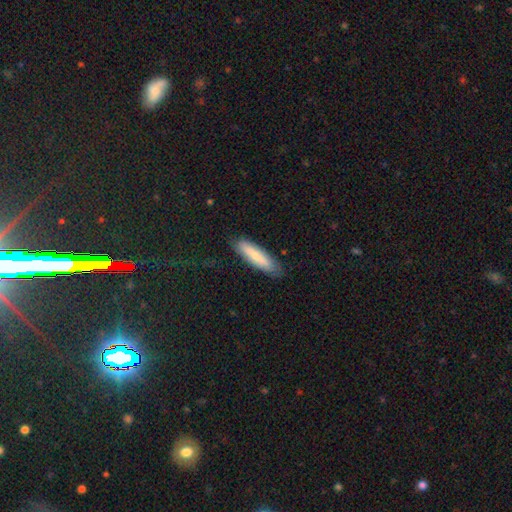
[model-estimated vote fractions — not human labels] Q: Smooth or featured?
A: smooth (74%); runner-up: featured or disk (20%)
Q: How rounded?
A: cigar-shaped (75%); runner-up: in between (24%)
Q: Merging?
A: none (84%); runner-up: minor disturbance (12%)